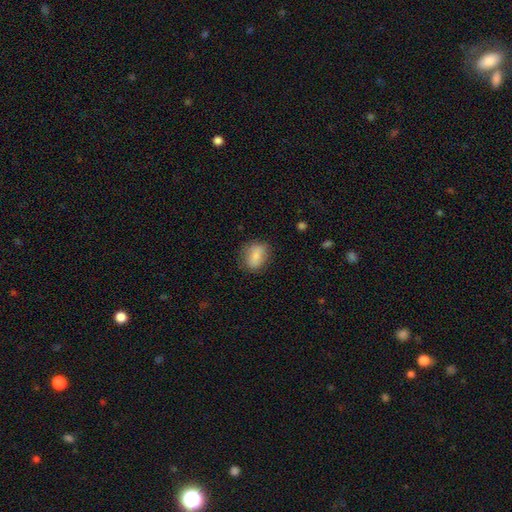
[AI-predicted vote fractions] The model was most divided on "how rounded": in between: 66%, round: 32%, cigar-shaped: 2%. More confident: smooth or featured — smooth (81%); merging — none (77%).